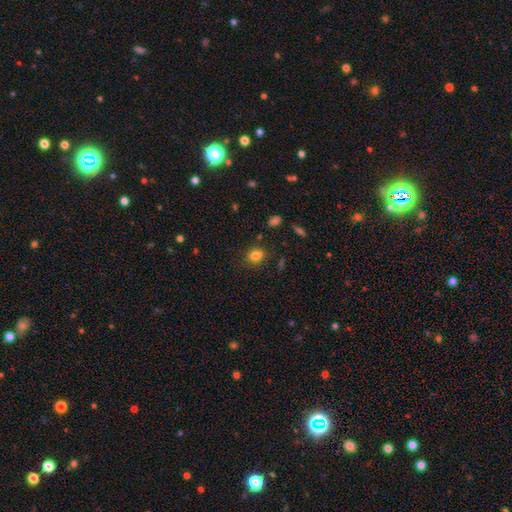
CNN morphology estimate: Smooth or featured?
  - smooth: 82% *
  - star or artifact: 12%
  - featured or disk: 6%
How rounded?
  - round: 62% *
  - in between: 37%
  - cigar-shaped: 1%
Merging?
  - none: 81% *
  - minor disturbance: 12%
  - major disturbance: 4%
  - merger: 3%